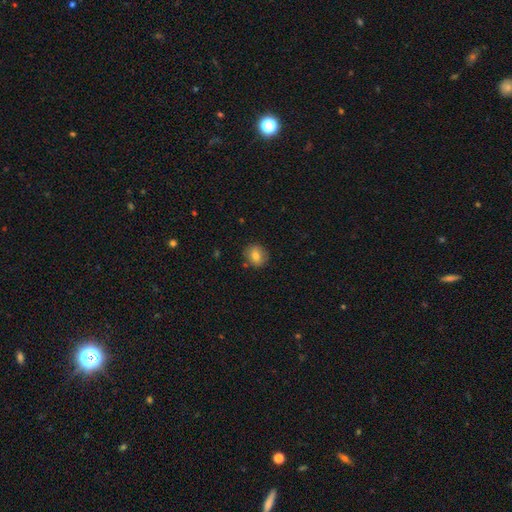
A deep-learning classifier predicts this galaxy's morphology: Overall: smooth (78%). How rounded: round (76%). Merging: none (84%).